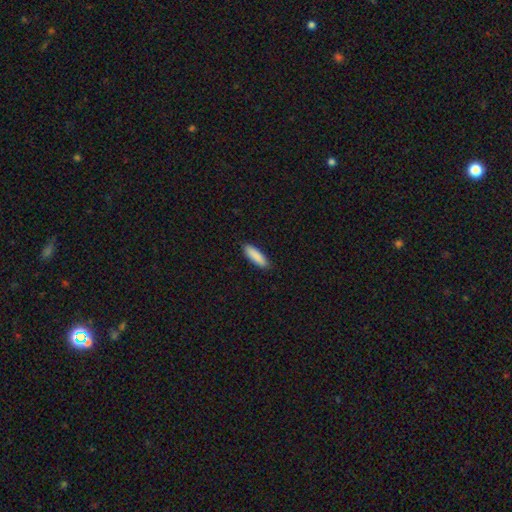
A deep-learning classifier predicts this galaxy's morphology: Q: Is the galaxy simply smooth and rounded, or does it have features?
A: smooth — 89%.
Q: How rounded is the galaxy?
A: cigar-shaped — 59%.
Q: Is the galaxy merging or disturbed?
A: none — 90%.